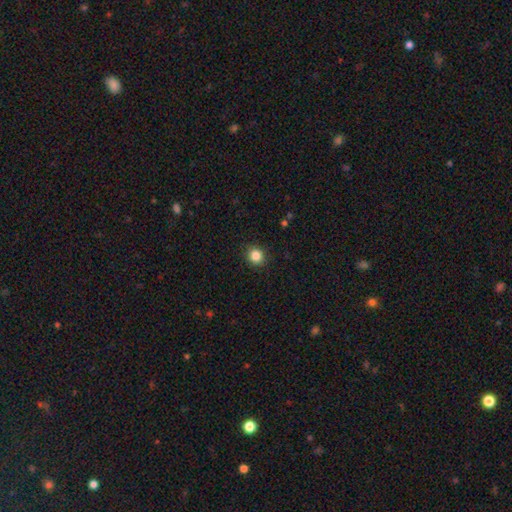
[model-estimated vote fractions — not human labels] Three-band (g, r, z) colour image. It shows a smooth galaxy with no disk features (85%) that is round (87%). Merging: none (90%).